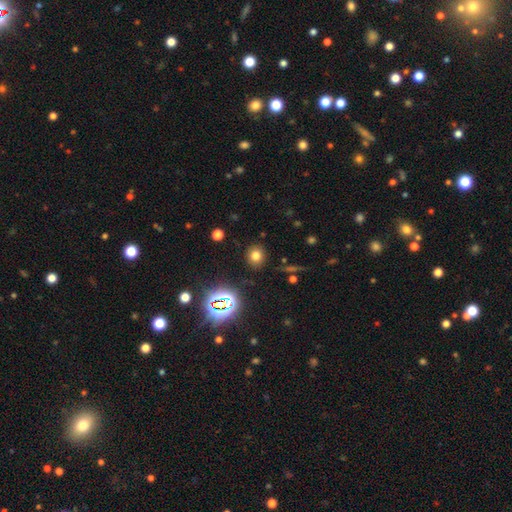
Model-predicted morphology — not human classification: This appears to be a smooth galaxy with no disk features (71%) that is round (79%). Merging: none (88%).